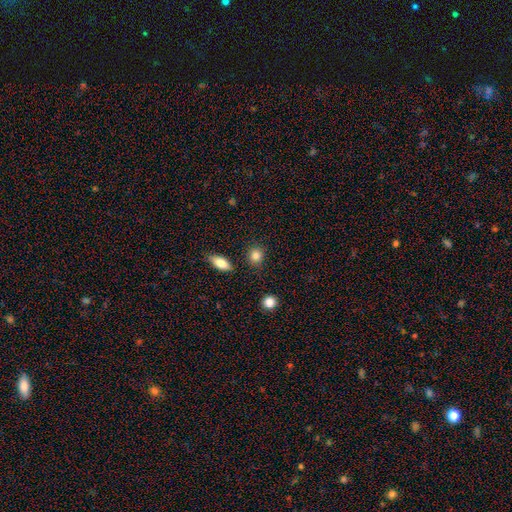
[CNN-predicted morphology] Smooth or featured: smooth — 85% (star or artifact — 10%)
How rounded: round — 76% (in between — 22%)
Merging: none — 87% (minor disturbance — 8%)